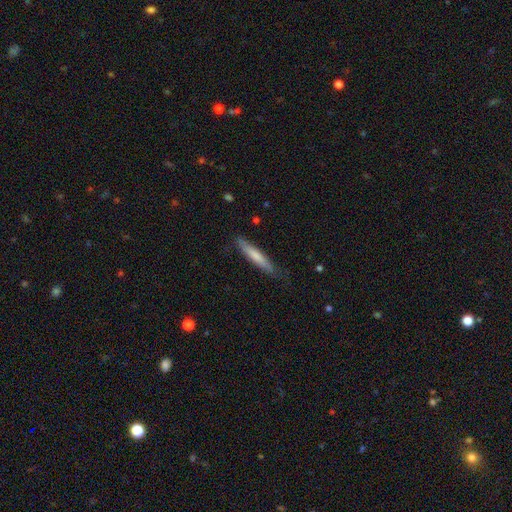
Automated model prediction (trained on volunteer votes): Q: Smooth or featured?
A: smooth (69%); runner-up: featured or disk (26%)
Q: How rounded?
A: cigar-shaped (92%); runner-up: in between (7%)
Q: Merging?
A: none (79%); runner-up: minor disturbance (17%)